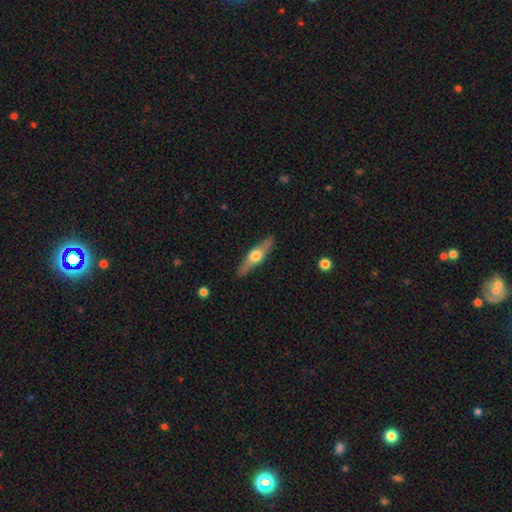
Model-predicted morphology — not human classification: smooth_or_featured: featured or disk (p=0.65) [alt: smooth p=0.30]
disk_edge_on: yes (p=0.95) [alt: no p=0.05]
edge_on_bulge: rounded (p=0.95) [alt: boxy p=0.03]
merging: none (p=0.90) [alt: minor disturbance p=0.07]